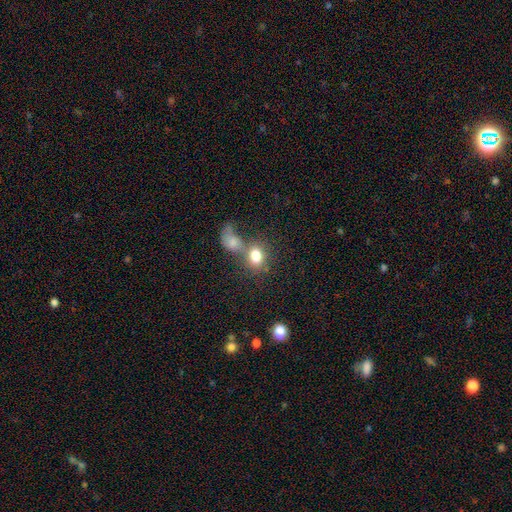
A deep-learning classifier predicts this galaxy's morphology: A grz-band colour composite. It shows a smooth galaxy with no disk features (77%) that is in between round and cigar-shaped (59%). Merging: merger (49%).